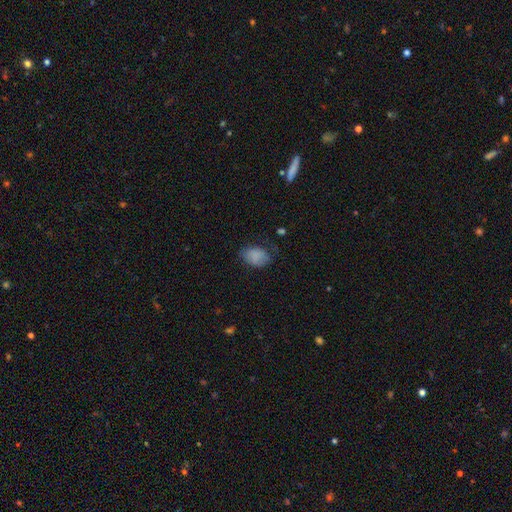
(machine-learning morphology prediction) smooth_or_featured: smooth (p=0.82) [alt: featured or disk p=0.09]
how_rounded: in between (p=0.78) [alt: round p=0.21]
merging: none (p=0.58) [alt: minor disturbance p=0.29]